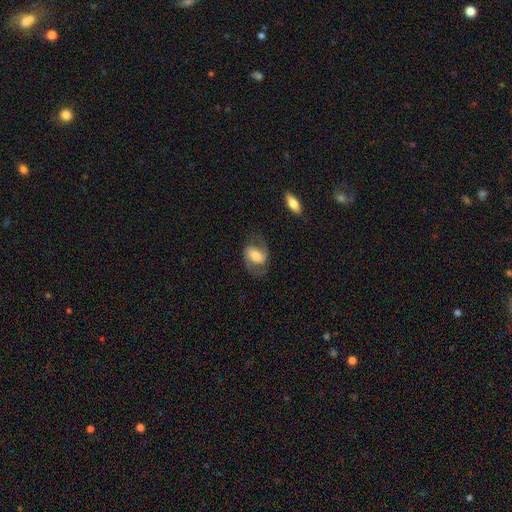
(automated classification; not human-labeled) Overall: featured or disk (71%). Edge-on disk: no (97%). Bar: weak (41%; strong 31%). Spiral arms: yes (92%). Spiral arm count: 2 (90%). Spiral winding: medium (54%; loose 29%). Bulge size: moderate (53%; small 25%). Merging: none (71%).